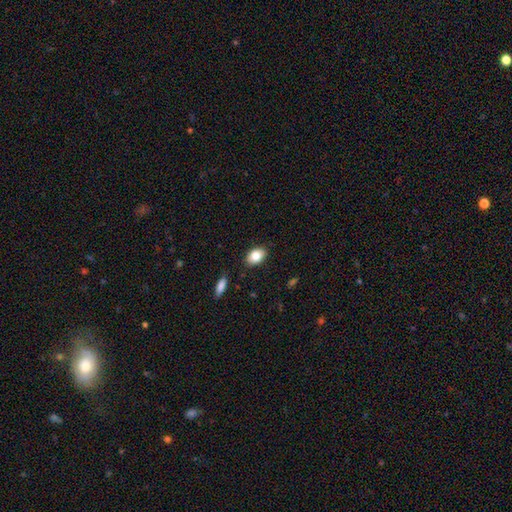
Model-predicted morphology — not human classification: smooth 82%, featured or disk 10%, star or artifact 8%. Down the decision tree: how rounded — in between (86%); merging — none (86%).